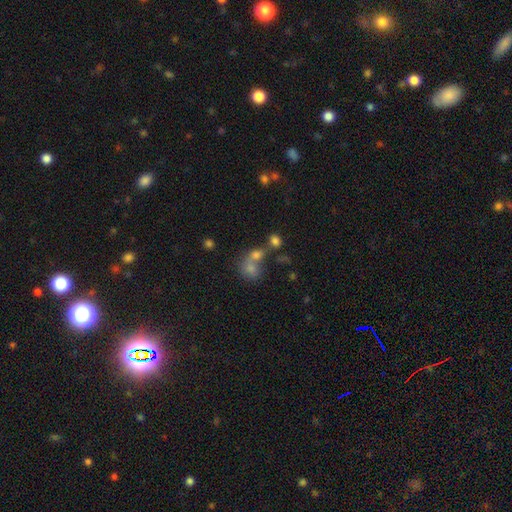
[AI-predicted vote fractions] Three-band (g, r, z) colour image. It shows a smooth galaxy with no disk features (63%) that is round (59%). Merging: merger (56%).